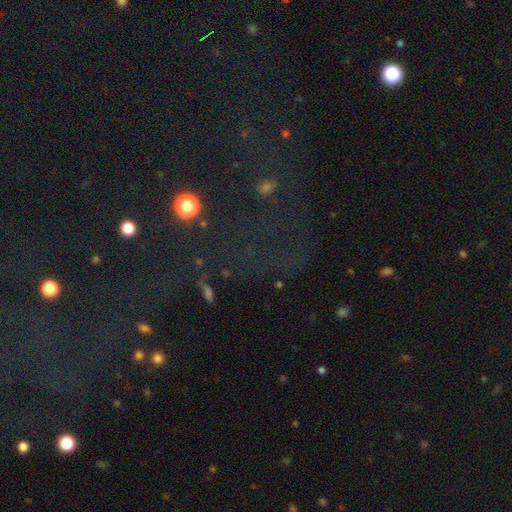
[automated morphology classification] type=star or artifact (72%).